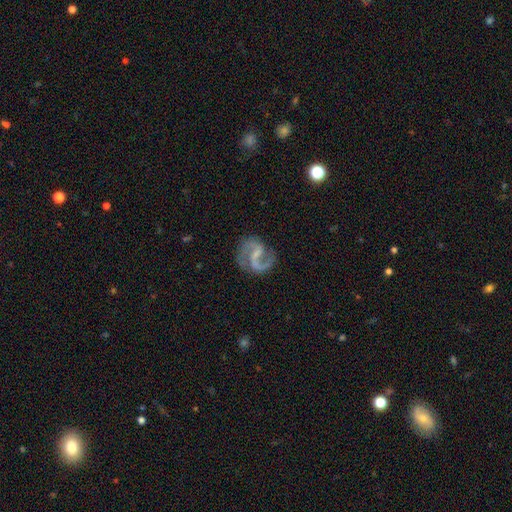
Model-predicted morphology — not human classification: Smooth or featured? Predicted: featured or disk (p=0.90). Edge-on disk? Predicted: no (p=0.98). Bar? Predicted: weak (p=0.51). Spiral arms? Predicted: yes (p=0.97). Spiral winding? Predicted: medium (p=0.53). Spiral arm count? Predicted: 2 (p=0.91). Bulge size? Predicted: small (p=0.49). Merging? Predicted: none (p=0.76).